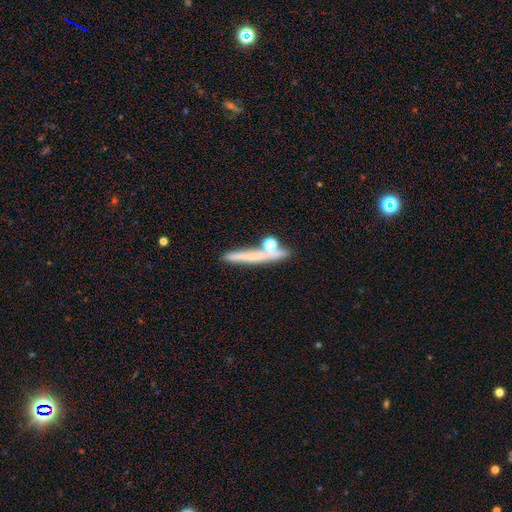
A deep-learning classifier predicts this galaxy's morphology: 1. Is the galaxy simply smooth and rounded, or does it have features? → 53% smooth, 36% featured or disk, 12% star or artifact.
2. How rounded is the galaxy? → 83% cigar-shaped, 10% round, 8% in between.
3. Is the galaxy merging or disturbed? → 71% none, 13% merger, 12% minor disturbance, 5% major disturbance.